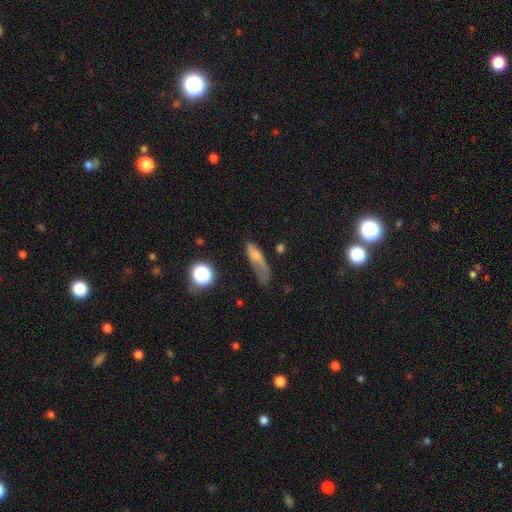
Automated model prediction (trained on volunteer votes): Smooth or featured: smooth — 66% (featured or disk — 22%)
How rounded: cigar-shaped — 50% (in between — 44%)
Merging: none — 33% (minor disturbance — 31%)